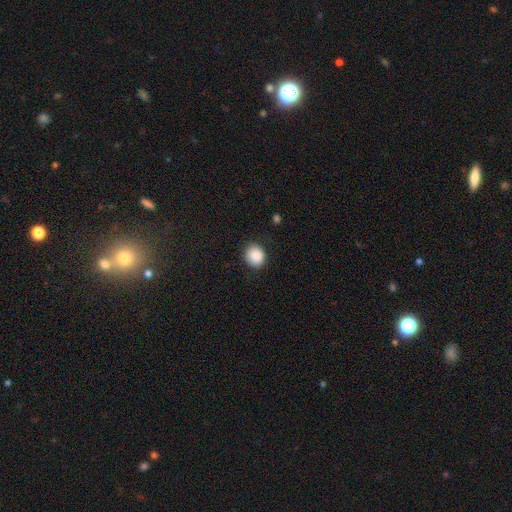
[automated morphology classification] Smooth or featured? Predicted: smooth (p=0.88). How rounded? Predicted: round (p=0.79). Merging? Predicted: none (p=0.85).